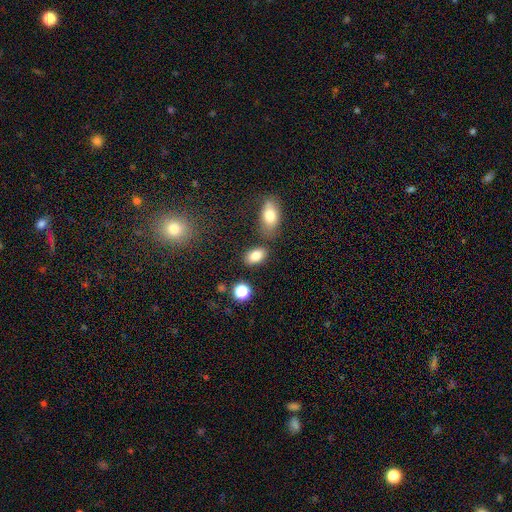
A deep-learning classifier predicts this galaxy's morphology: Smooth or featured: smooth — 83% (star or artifact — 10%)
How rounded: in between — 88% (round — 10%)
Merging: none — 76% (minor disturbance — 11%)